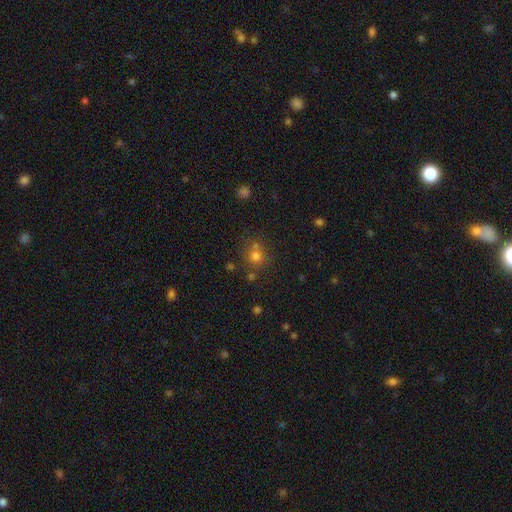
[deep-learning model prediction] Morphology: type=smooth (72%); roundness=round (87%); merging=none (64%).